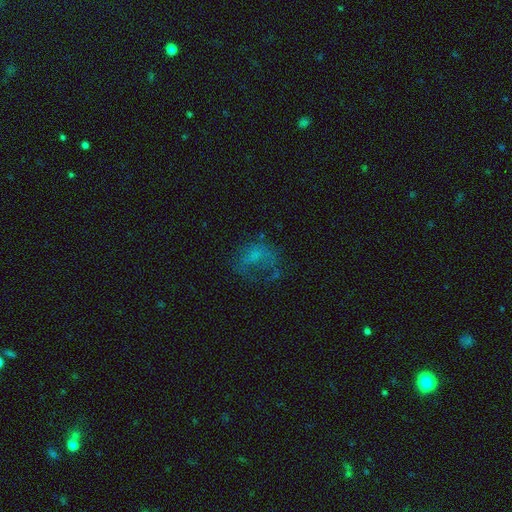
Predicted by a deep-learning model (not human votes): Morphology: type=smooth (41%); merging=major disturbance (43%).